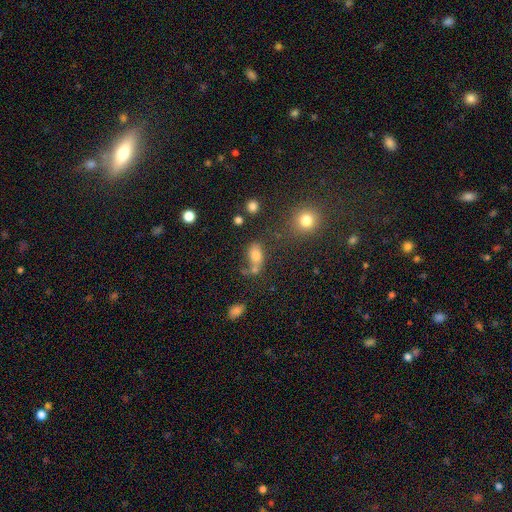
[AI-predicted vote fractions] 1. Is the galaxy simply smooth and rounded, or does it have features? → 72% smooth, 15% star or artifact, 13% featured or disk.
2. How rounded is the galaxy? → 76% in between, 21% round, 3% cigar-shaped.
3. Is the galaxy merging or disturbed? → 43% none, 27% merger, 18% minor disturbance, 12% major disturbance.